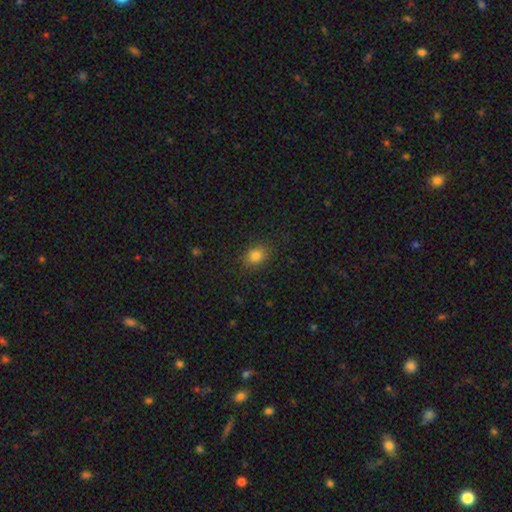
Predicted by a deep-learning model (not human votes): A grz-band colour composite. It shows a smooth galaxy with no disk features (82%) that is in between round and cigar-shaped (58%). Merging: none (86%).